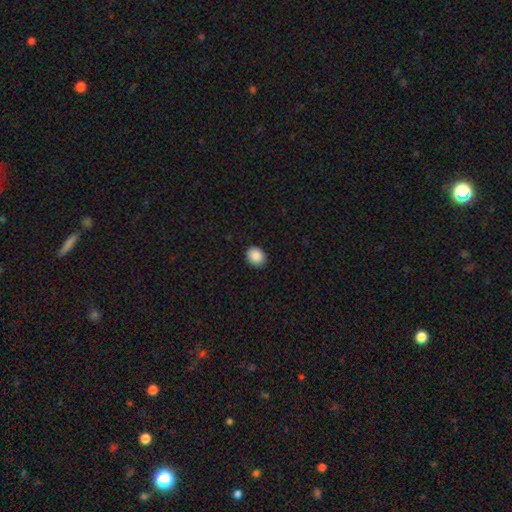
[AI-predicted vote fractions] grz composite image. It shows a smooth galaxy with no disk features (89%) that is round (63%). Merging: none (91%).